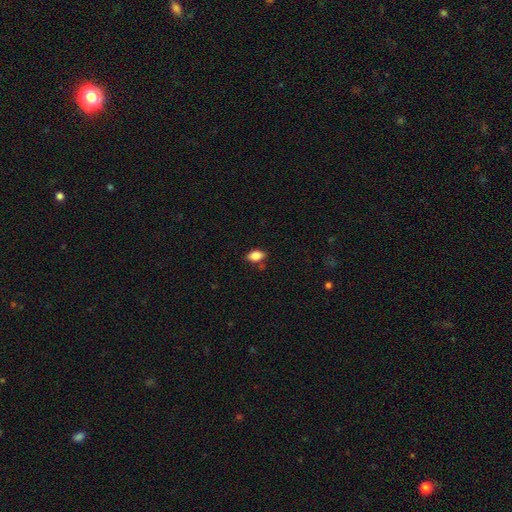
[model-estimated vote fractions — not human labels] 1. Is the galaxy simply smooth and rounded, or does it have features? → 80% smooth, 11% featured or disk, 9% star or artifact.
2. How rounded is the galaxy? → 88% in between, 8% round, 4% cigar-shaped.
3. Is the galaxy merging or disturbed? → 81% none, 14% minor disturbance, 3% merger, 3% major disturbance.